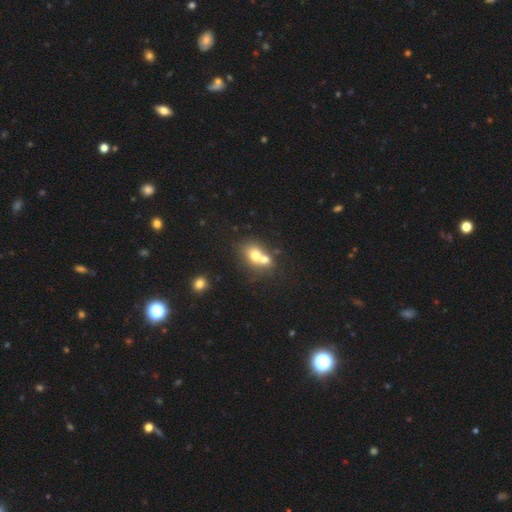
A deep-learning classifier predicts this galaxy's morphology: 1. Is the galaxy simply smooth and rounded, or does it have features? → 67% smooth, 21% featured or disk, 11% star or artifact.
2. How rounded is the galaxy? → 50% in between, 49% round, 1% cigar-shaped.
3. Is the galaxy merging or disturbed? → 68% merger, 22% none, 6% minor disturbance, 3% major disturbance.